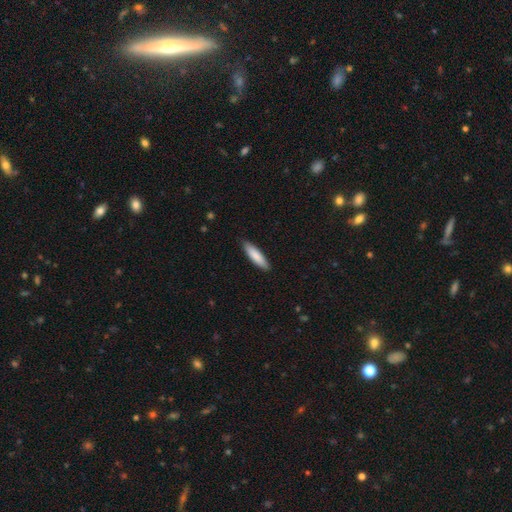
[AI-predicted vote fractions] smooth-or-featured: smooth: 85% | featured or disk: 10% | star or artifact: 5%
  how-rounded: cigar-shaped: 68% | in between: 31% | round: 1%
  merging: none: 88% | minor disturbance: 10% | major disturbance: 2% | merger: 1%